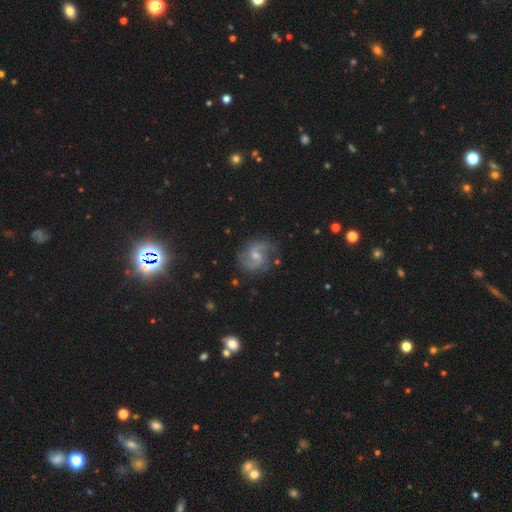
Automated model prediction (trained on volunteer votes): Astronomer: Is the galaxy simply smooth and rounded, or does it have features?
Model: featured or disk — 86%.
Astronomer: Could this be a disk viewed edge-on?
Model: no — 98%.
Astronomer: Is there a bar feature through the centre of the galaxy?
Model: weak — 51% (runner-up: no, 40%).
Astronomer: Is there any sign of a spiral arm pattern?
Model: yes — 97%.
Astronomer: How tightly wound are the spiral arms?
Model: medium — 55%.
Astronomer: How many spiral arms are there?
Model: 2 — 91%.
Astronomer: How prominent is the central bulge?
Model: small — 51% (runner-up: moderate, 41%).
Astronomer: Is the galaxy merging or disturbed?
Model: none — 79%.